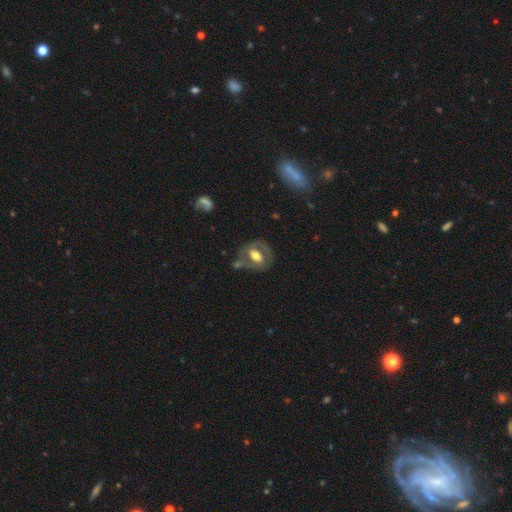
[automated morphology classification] A featured or disk galaxy (61%) with no bar (40%), spiral arms (50%, tied with no) and a moderate central bulge (63%). Merging: none (55%).